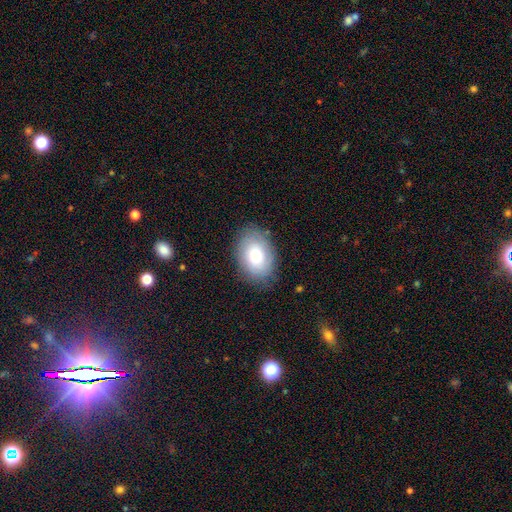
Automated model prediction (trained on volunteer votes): smooth-or-featured: smooth: 70% | featured or disk: 22% | star or artifact: 8%
  how-rounded: in between: 80% | round: 19% | cigar-shaped: 1%
  merging: none: 81% | minor disturbance: 14% | major disturbance: 4% | merger: 1%